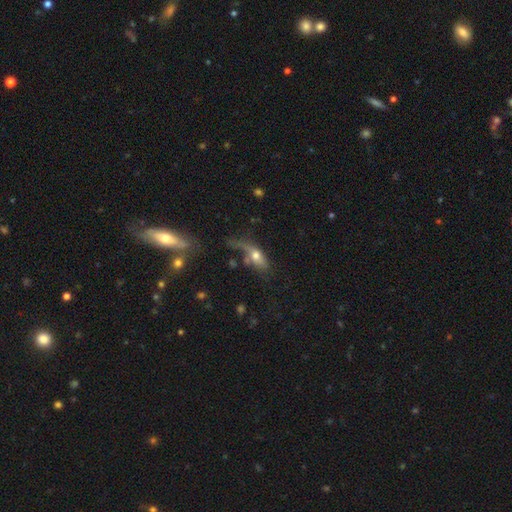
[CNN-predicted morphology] smooth_or_featured: smooth (p=0.57) [alt: featured or disk p=0.32]
how_rounded: in between (p=0.68) [alt: cigar-shaped p=0.23]
merging: major disturbance (p=0.31) [tied with: none p=0.31]